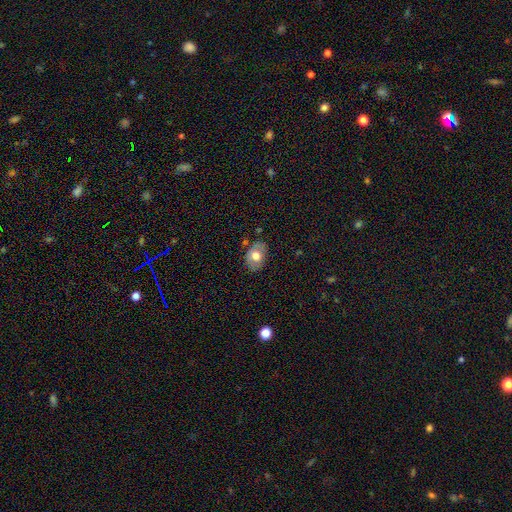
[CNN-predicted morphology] Q: Smooth or featured?
A: smooth (60%); runner-up: featured or disk (33%)
Q: How rounded?
A: in between (75%); runner-up: round (24%)
Q: Merging?
A: none (75%); runner-up: minor disturbance (18%)